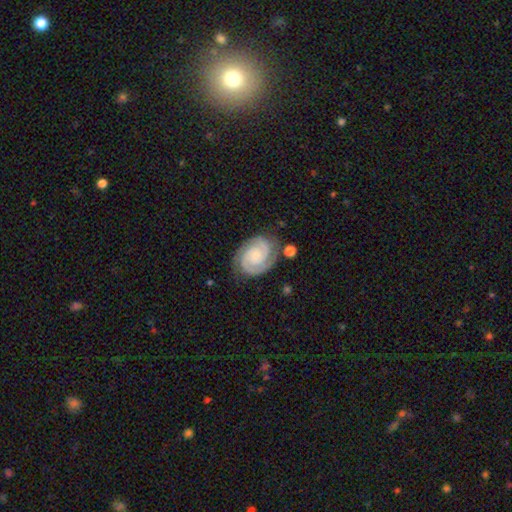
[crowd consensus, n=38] Smooth or featured?
  - featured or disk: 92% *
  - smooth: 5%
  - star or artifact: 3%
Edge-on disk?
  - no: 97% *
  - yes: 3%
Bar?
  - no: 65% *
  - weak: 29%
  - strong: 6%
Spiral arms?
  - yes: 97% *
  - no: 3%
Spiral winding?
  - tight: 82% *
  - medium: 12%
  - loose: 6%
Spiral arm count?
  - 2: 88% *
  - 3: 6%
  - can't tell: 6%
  - 1: 0%
  - 4: 0%
  - more than 4: 0%
Bulge size?
  - small: 56% *
  - none: 24%
  - moderate: 21%
  - dominant: 0%
  - large: 0%
Merging?
  - none: 86% *
  - minor disturbance: 5%
  - major disturbance: 5%
  - merger: 3%